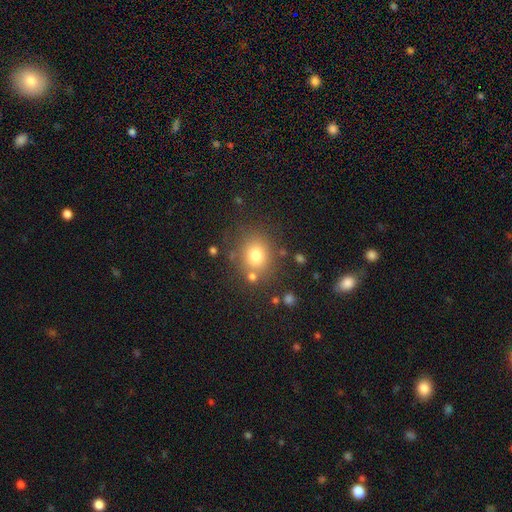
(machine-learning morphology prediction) This appears to be a smooth galaxy with no disk features (76%) that is round (70%). Merging: none (74%).